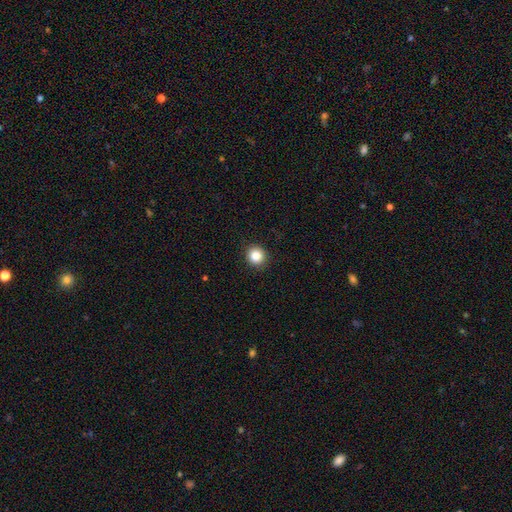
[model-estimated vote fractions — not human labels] A smooth galaxy with no disk features (85%) that is round (93%). Merging: none (92%).